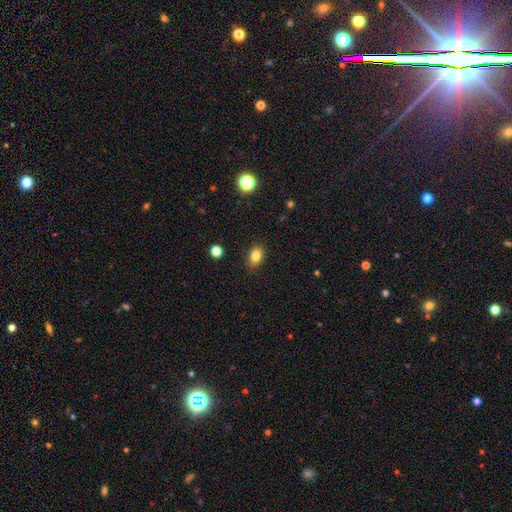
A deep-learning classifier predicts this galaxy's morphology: smooth_or_featured: smooth (p=0.83) [alt: star or artifact p=0.10]
how_rounded: in between (p=0.78) [alt: round p=0.21]
merging: none (p=0.86) [alt: minor disturbance p=0.11]